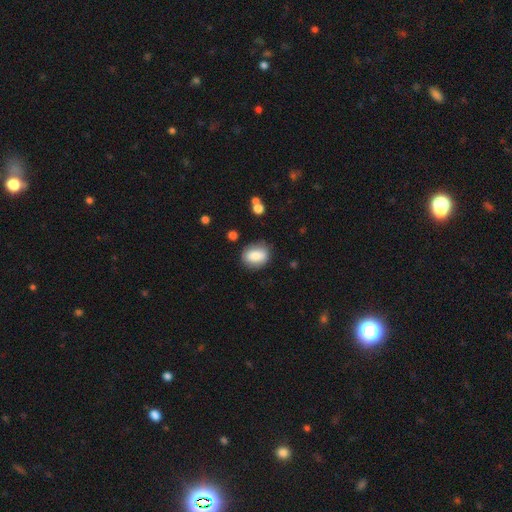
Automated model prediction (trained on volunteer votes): The model was most divided on "how rounded": in between: 64%, round: 35%, cigar-shaped: 1%. More confident: smooth or featured — smooth (81%); merging — none (79%).